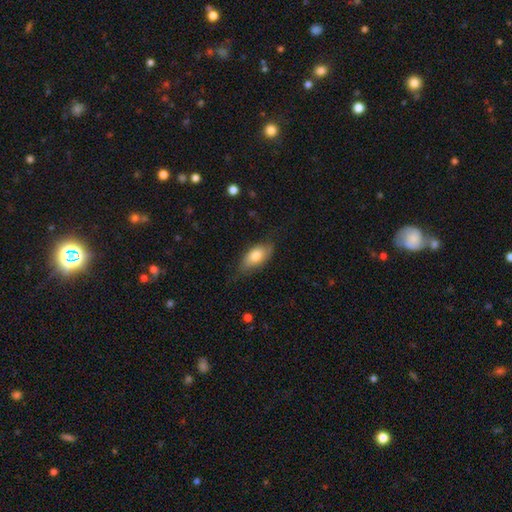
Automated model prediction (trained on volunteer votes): Smooth or featured? Predicted: smooth (p=0.76). How rounded? Predicted: in between (p=0.89). Merging? Predicted: none (p=0.70).